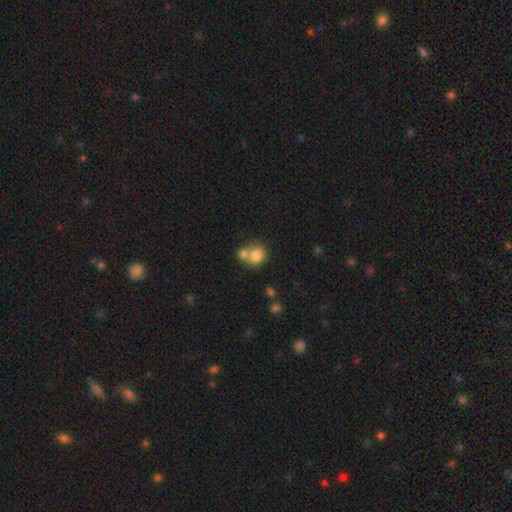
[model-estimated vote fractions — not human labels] smooth_or_featured: smooth (p=0.77) [alt: featured or disk p=0.13]
how_rounded: round (p=0.79) [alt: in between p=0.20]
merging: merger (p=0.55) [alt: none p=0.34]